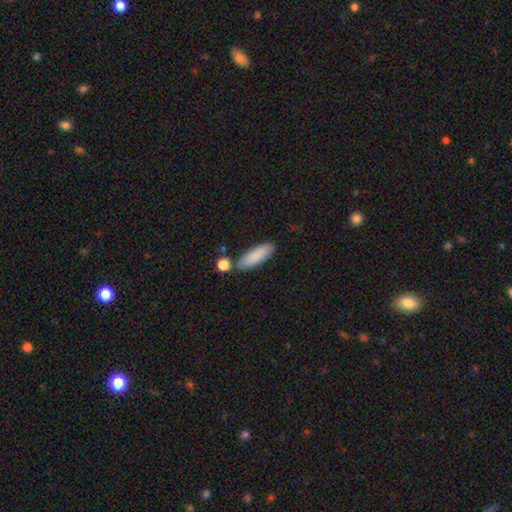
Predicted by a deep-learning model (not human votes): smooth_or_featured: smooth (p=0.86) [alt: featured or disk p=0.08]
how_rounded: in between (p=0.51) [alt: cigar-shaped p=0.47]
merging: none (p=0.76) [alt: minor disturbance p=0.12]